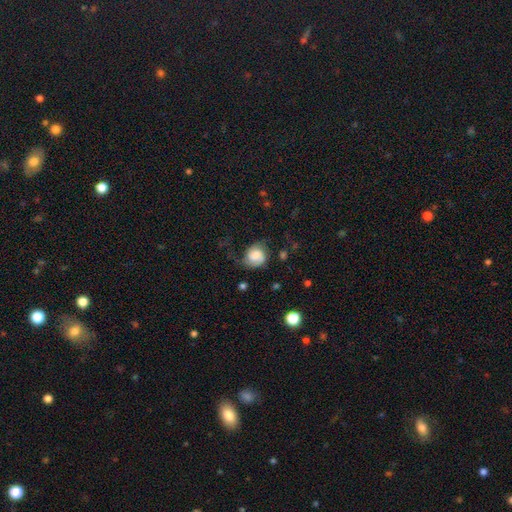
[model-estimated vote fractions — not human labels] Smooth or featured?
  - smooth: 52% *
  - featured or disk: 40%
  - star or artifact: 9%
How rounded?
  - round: 67% *
  - in between: 32%
  - cigar-shaped: 1%
Merging?
  - none: 46% *
  - minor disturbance: 28%
  - major disturbance: 24%
  - merger: 2%